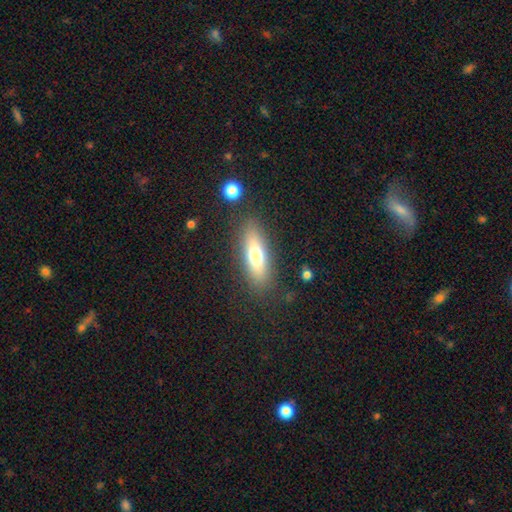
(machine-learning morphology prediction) Smooth or featured?
  - smooth: 65% *
  - featured or disk: 27%
  - star or artifact: 8%
How rounded?
  - in between: 56% *
  - cigar-shaped: 40%
  - round: 4%
Merging?
  - none: 84% *
  - minor disturbance: 10%
  - major disturbance: 4%
  - merger: 2%